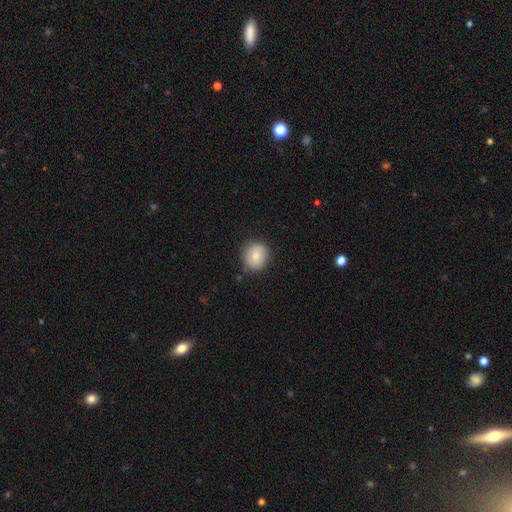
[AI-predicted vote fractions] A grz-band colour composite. It shows a smooth galaxy with no disk features (80%) that is round (85%). Merging: none (80%).